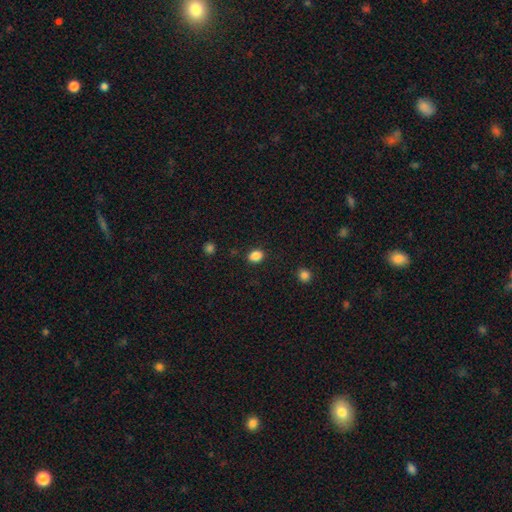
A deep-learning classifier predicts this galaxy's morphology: A smooth galaxy with no disk features (87%) that is in between round and cigar-shaped (57%).

Vote fractions:
- Smooth or featured? smooth: 87% / star or artifact: 10% / featured or disk: 3%
- How rounded? in between: 57% / round: 42% / cigar-shaped: 1%
- Merging? none: 87% / minor disturbance: 9% / major disturbance: 3% / merger: 2%